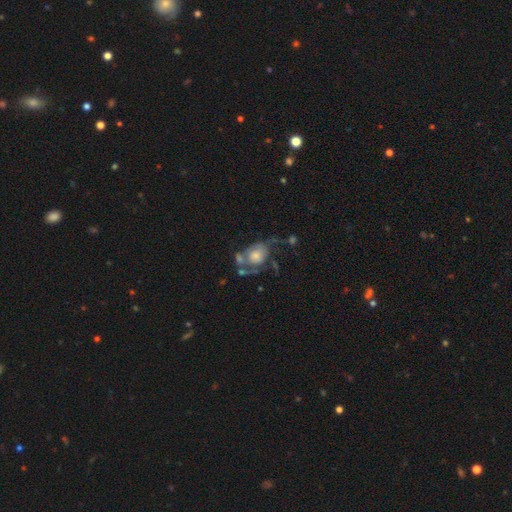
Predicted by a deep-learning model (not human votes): Overall: featured or disk (48%; smooth 44%). Merging: major disturbance (34%; none 25%).